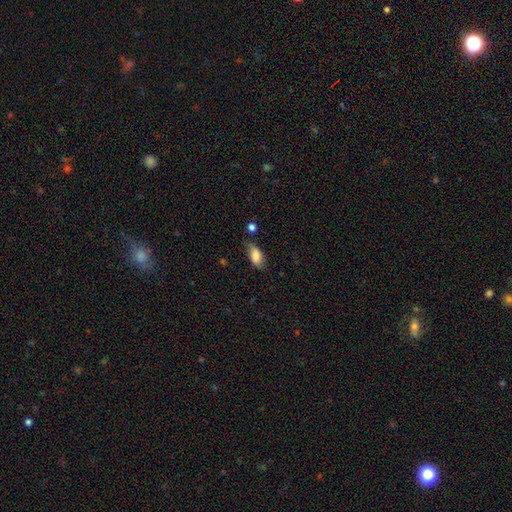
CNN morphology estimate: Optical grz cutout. It shows a smooth galaxy with no disk features (82%) that is in between round and cigar-shaped (89%). Merging: none (61%).